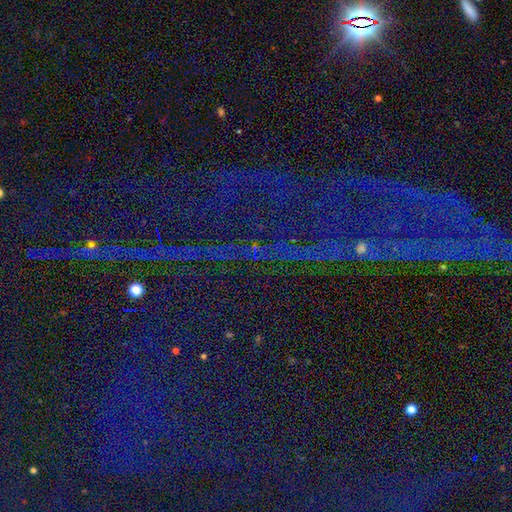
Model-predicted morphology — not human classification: smooth-or-featured: star or artifact: 82% | featured or disk: 9% | smooth: 9%